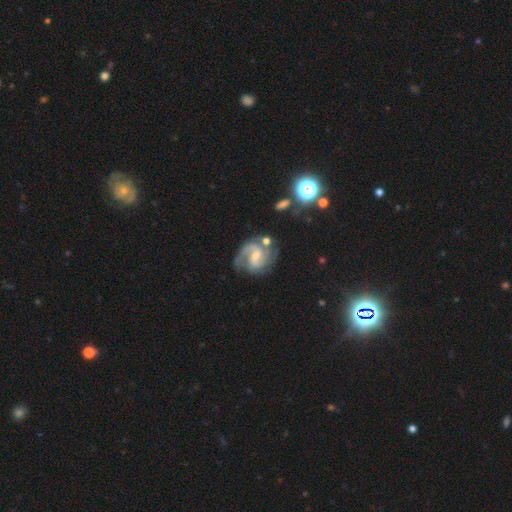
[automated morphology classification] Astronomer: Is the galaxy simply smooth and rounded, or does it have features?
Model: featured or disk — 89%.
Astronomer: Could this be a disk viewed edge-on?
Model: no — 98%.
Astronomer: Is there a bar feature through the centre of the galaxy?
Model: weak — 50% (runner-up: no, 37%).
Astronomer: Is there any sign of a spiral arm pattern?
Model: yes — 97%.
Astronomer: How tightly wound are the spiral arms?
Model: medium — 52% (runner-up: tight, 32%).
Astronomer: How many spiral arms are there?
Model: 2 — 64%.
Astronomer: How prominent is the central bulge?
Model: small — 54% (runner-up: moderate, 40%).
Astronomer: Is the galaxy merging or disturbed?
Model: none — 62%.